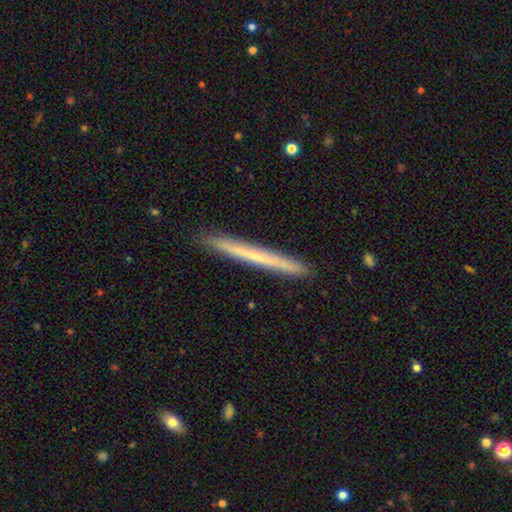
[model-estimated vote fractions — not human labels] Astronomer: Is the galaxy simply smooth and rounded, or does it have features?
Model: smooth — 52% (runner-up: featured or disk, 42%).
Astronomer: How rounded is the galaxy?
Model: cigar-shaped — 98%.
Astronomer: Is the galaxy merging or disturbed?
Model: none — 92%.